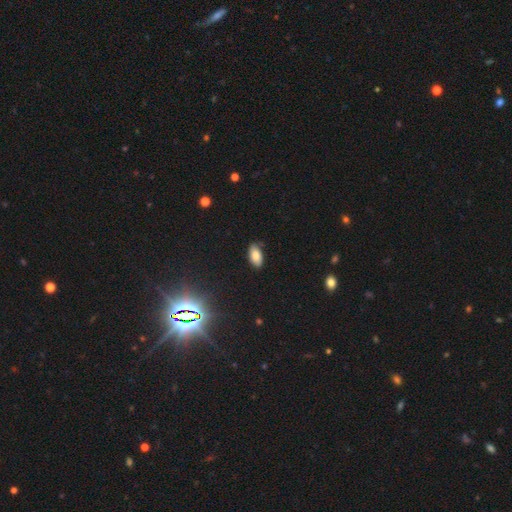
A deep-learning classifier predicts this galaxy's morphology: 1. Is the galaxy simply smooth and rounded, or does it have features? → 80% smooth, 10% featured or disk, 10% star or artifact.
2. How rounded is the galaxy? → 94% in between, 3% cigar-shaped, 3% round.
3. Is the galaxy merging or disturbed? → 79% none, 17% minor disturbance, 3% major disturbance, 1% merger.